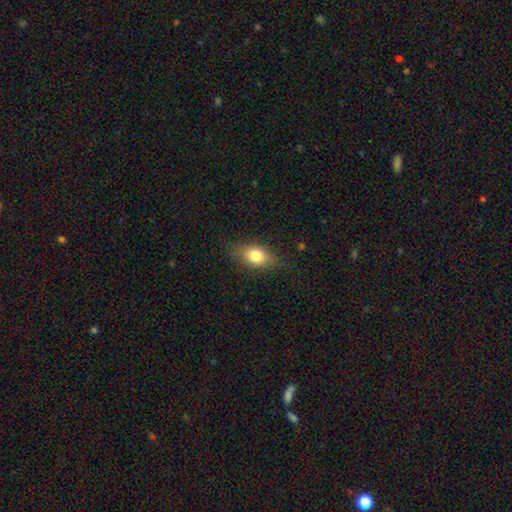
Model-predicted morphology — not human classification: A smooth galaxy with no disk features (77%) that is in between round and cigar-shaped (72%). Merging: none (77%).